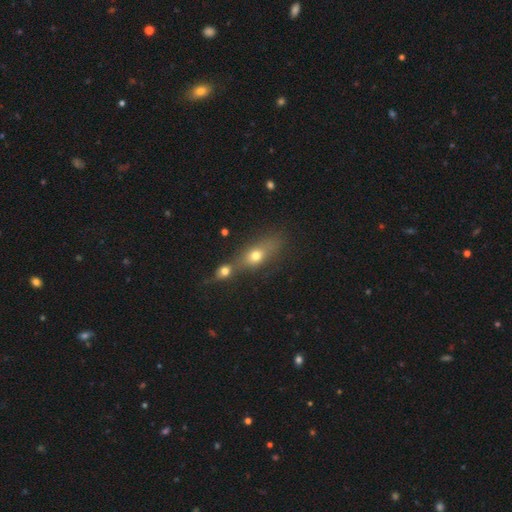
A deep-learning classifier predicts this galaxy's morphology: Overall: smooth (67%). How rounded: in between (58%; round 27%). Merging: merger (51%; none 32%).